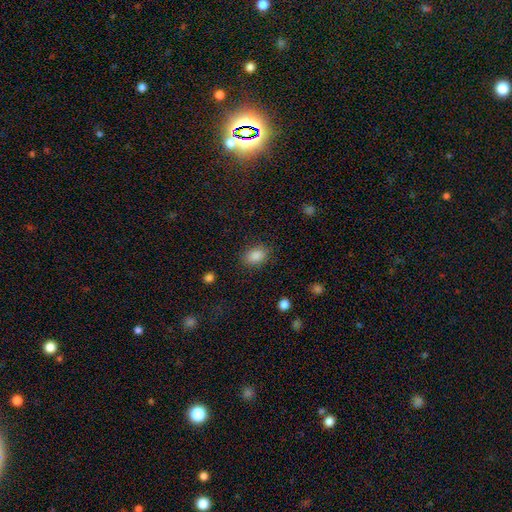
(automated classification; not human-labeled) A smooth galaxy with no disk features (87%) that is in between round and cigar-shaped (80%).

Vote fractions:
- Smooth or featured? smooth: 87% / star or artifact: 9% / featured or disk: 4%
- How rounded? in between: 80% / round: 19% / cigar-shaped: 1%
- Merging? none: 85% / minor disturbance: 10% / major disturbance: 3% / merger: 1%